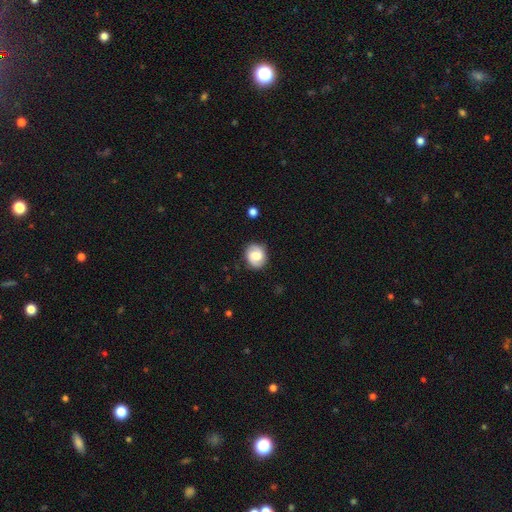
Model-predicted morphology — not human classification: smooth_or_featured: smooth (p=0.54) [alt: featured or disk p=0.38]
how_rounded: round (p=0.66) [alt: in between p=0.33]
merging: none (p=0.83) [alt: minor disturbance p=0.13]